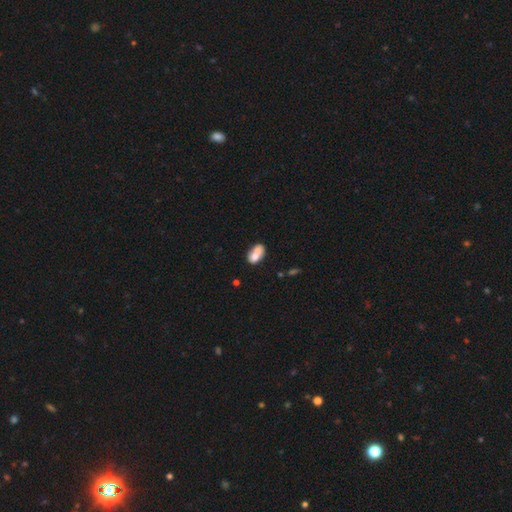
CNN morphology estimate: smooth_or_featured: smooth (p=0.65) [alt: featured or disk p=0.27]
how_rounded: in between (p=0.73) [alt: round p=0.25]
merging: merger (p=0.67) [alt: none p=0.21]